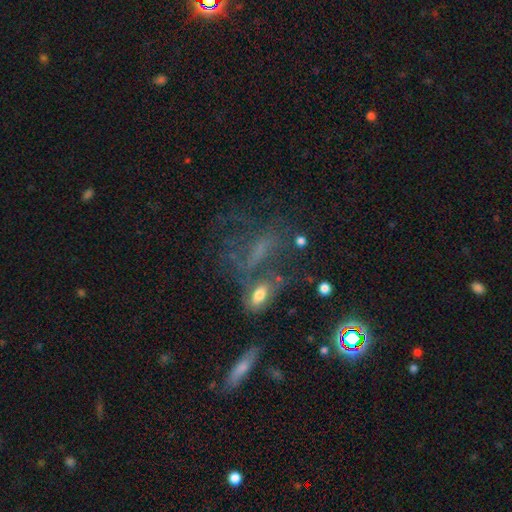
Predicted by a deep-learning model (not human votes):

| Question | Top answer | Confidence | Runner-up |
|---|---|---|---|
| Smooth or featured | featured or disk | 44% | star or artifact (33%) |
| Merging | none | 44% | major disturbance (26%) |